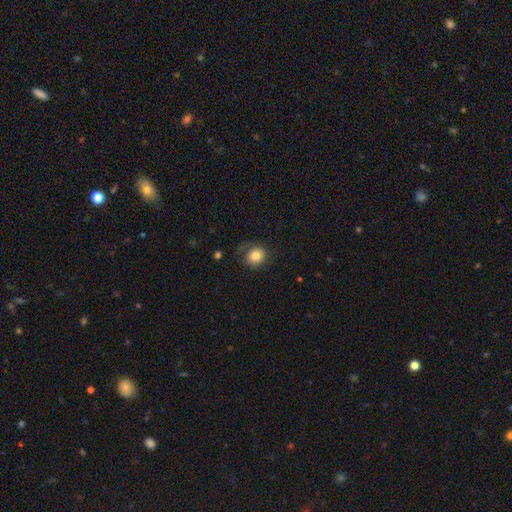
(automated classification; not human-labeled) This is likely a smooth galaxy (80%). How rounded: likely round (76%). Merging: likely none (68%).